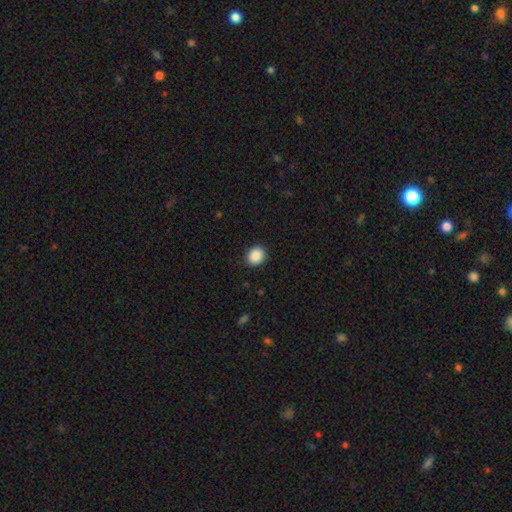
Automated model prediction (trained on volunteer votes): This appears to be a smooth galaxy with no disk features (89%) that is round (66%). Merging: none (90%).